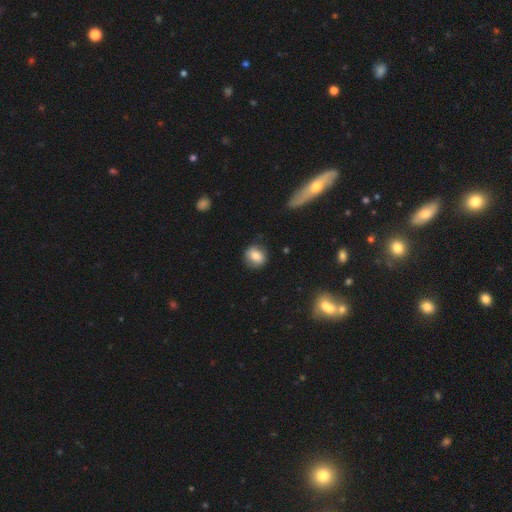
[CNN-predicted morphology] A smooth galaxy with no disk features (77%) that is round (77%). Merging: none (82%).